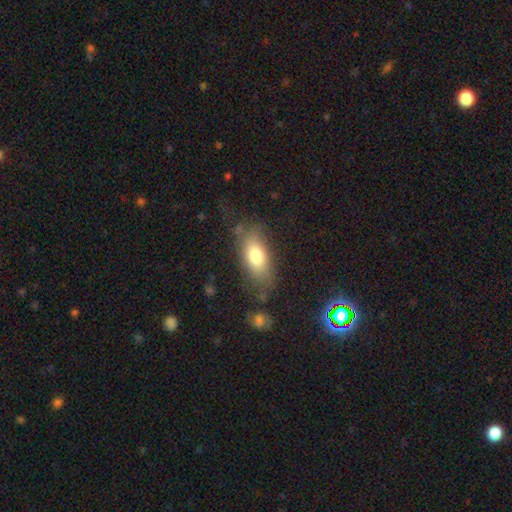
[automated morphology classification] smooth-or-featured: smooth: 76% | featured or disk: 16% | star or artifact: 8%
  how-rounded: in between: 84% | cigar-shaped: 12% | round: 5%
  merging: none: 69% | minor disturbance: 19% | major disturbance: 8% | merger: 4%